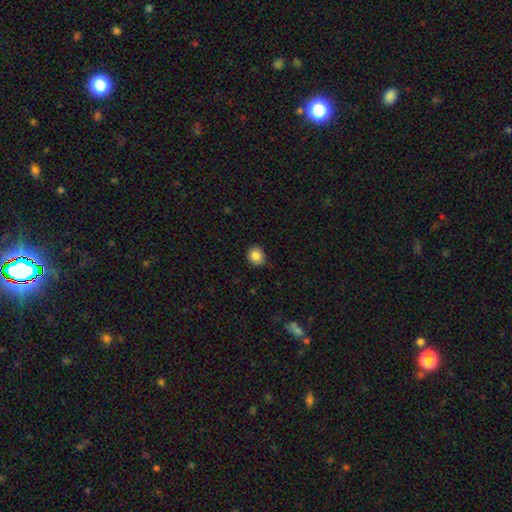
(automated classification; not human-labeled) This appears to be a smooth galaxy with no disk features (85%) that is round (84%). Merging: none (84%).